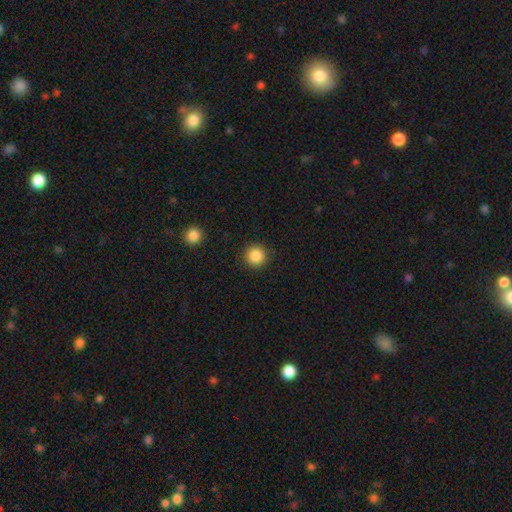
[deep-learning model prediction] Smooth or featured? smooth (86%)
How rounded? round (95%)
Merging? none (91%)